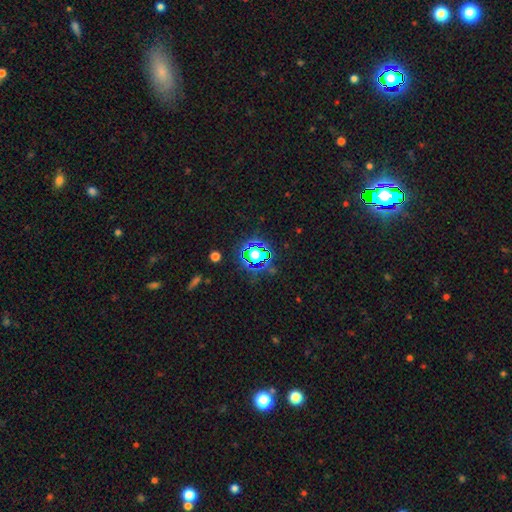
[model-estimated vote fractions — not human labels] Smooth or featured: star or artifact — 60% (smooth — 29%)